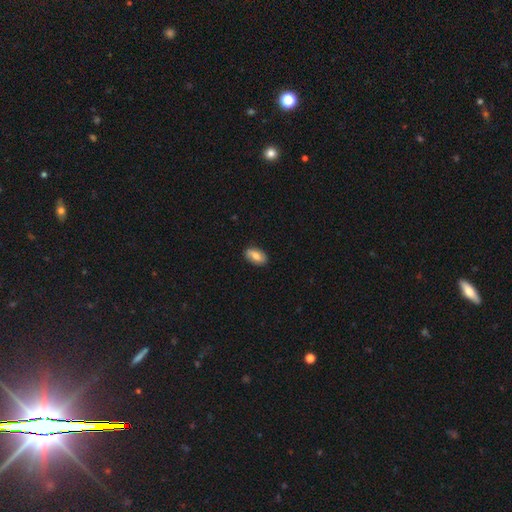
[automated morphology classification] smooth 69%, featured or disk 25%, star or artifact 7%. Down the decision tree: how rounded — in between (92%); merging — none (88%).